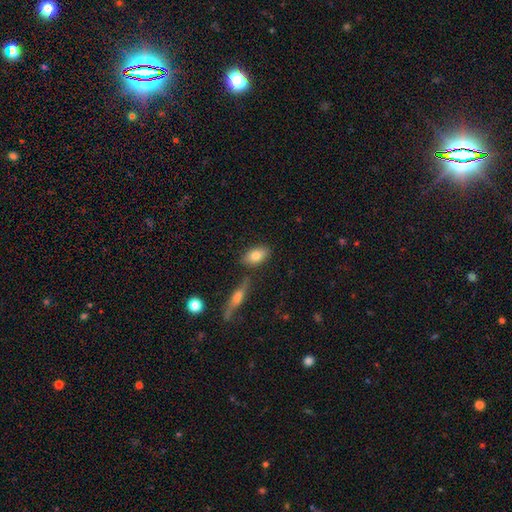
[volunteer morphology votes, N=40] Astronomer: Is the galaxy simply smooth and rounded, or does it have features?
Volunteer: smooth — 78%.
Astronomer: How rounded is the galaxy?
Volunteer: in between — 97%.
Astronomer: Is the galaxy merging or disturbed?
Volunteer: none — 88%.